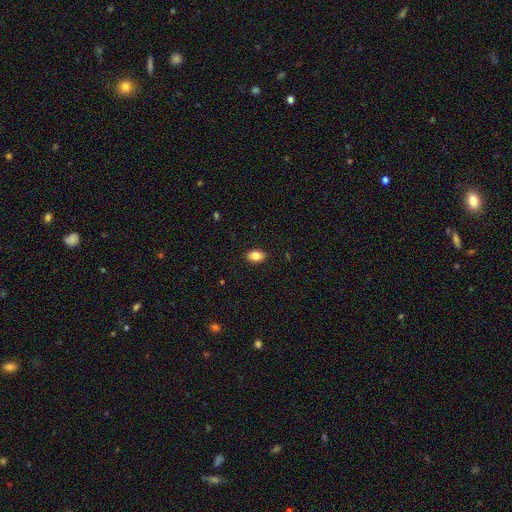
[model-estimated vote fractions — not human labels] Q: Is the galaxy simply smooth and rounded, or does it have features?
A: smooth — 84%.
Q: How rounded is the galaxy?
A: in between — 89%.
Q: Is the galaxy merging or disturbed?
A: none — 88%.